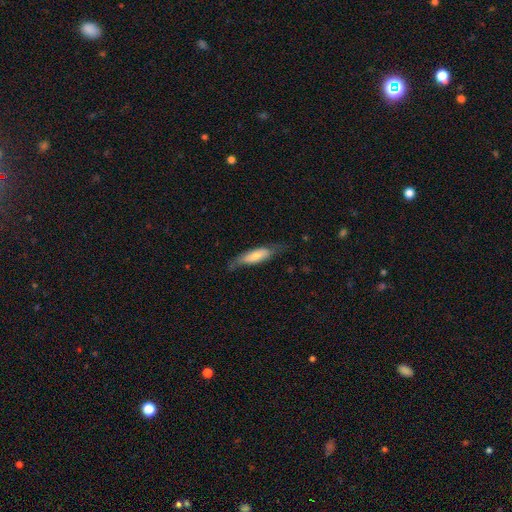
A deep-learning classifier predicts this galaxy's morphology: The model was most divided on "how rounded": cigar-shaped: 53%, in between: 46%, round: 2%. More confident: merging — none (62%); smooth or featured — smooth (60%).